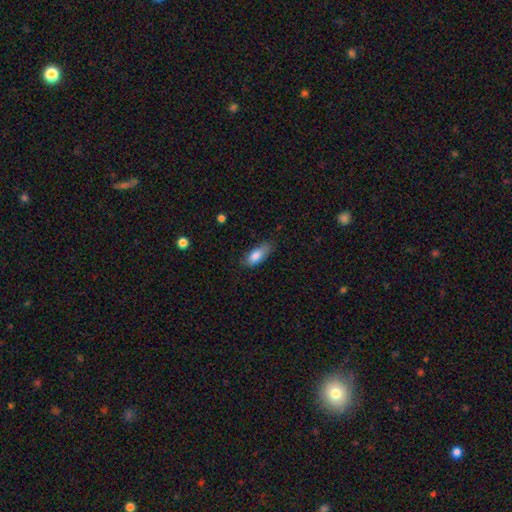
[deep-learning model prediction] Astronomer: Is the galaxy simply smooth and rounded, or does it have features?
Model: smooth — 83%.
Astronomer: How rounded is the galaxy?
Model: in between — 80%.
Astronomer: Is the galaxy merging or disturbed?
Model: none — 68%.